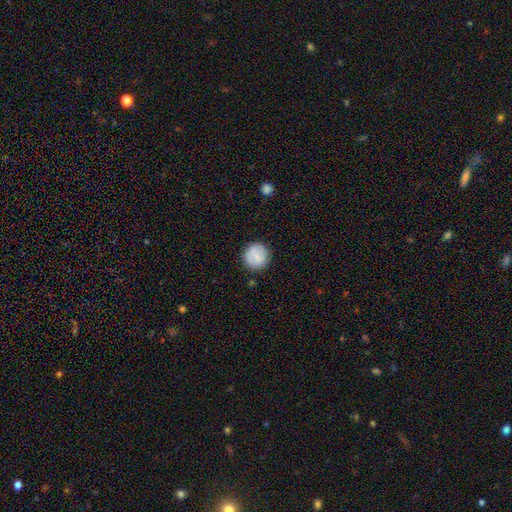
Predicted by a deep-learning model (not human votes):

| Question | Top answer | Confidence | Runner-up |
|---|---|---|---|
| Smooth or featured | smooth | 74% | featured or disk (19%) |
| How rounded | round | 92% | in between (7%) |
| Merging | none | 88% | minor disturbance (8%) |